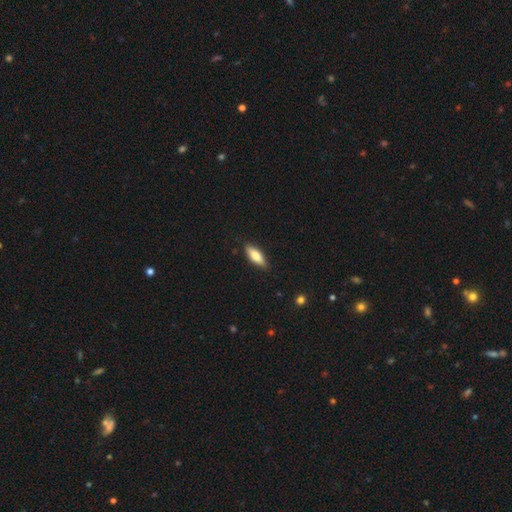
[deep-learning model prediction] This is likely a smooth galaxy (77%). How rounded: likely in between (65%). Merging: clearly none (87%).